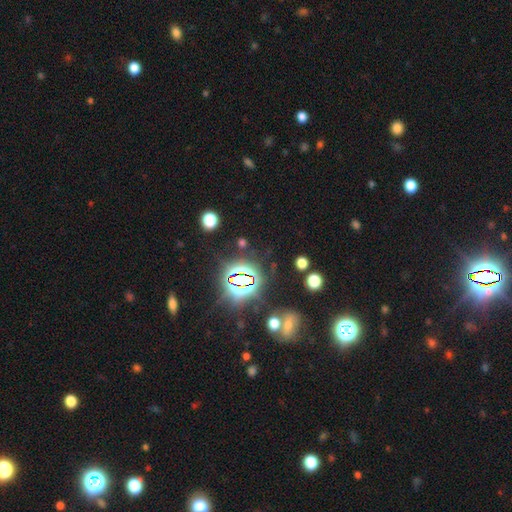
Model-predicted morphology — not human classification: Smooth or featured: star or artifact — 83% (smooth — 11%)